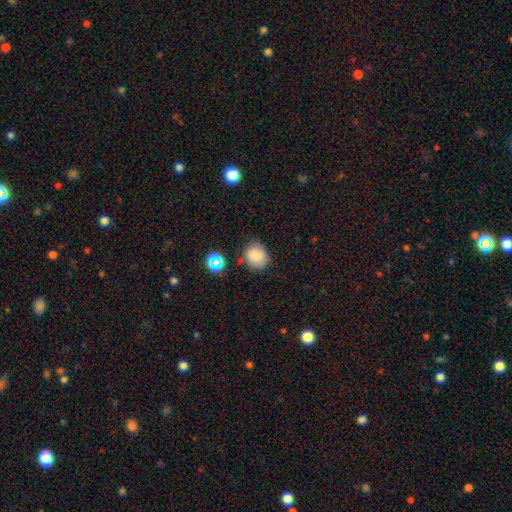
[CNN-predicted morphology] Overall: smooth (82%). How rounded: round (69%; in between 30%). Merging: none (72%).